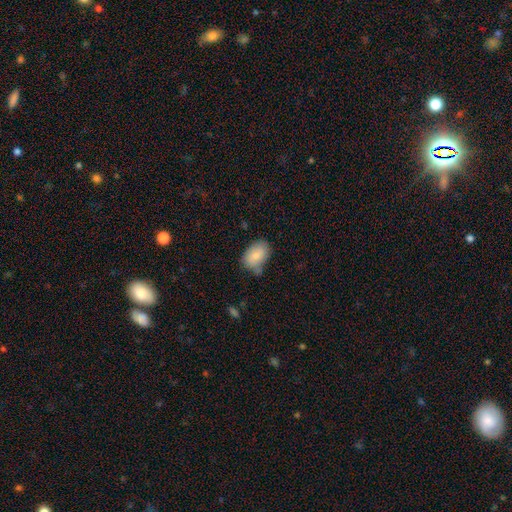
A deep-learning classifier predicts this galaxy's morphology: A smooth galaxy with no disk features (82%) that is in between round and cigar-shaped (87%).

Vote fractions:
- Smooth or featured? smooth: 82% / featured or disk: 11% / star or artifact: 7%
- How rounded? in between: 87% / round: 12% / cigar-shaped: 1%
- Merging? none: 61% / minor disturbance: 26% / merger: 8% / major disturbance: 6%